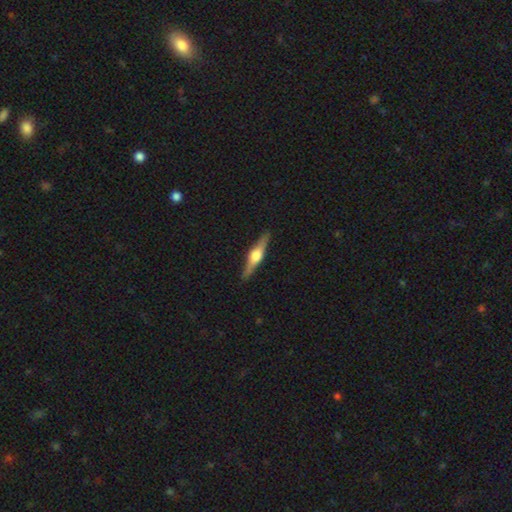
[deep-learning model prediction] Overall: featured or disk (75%). Edge-on disk: yes (98%). Edge-on bulge: rounded (92%). Merging: none (91%).